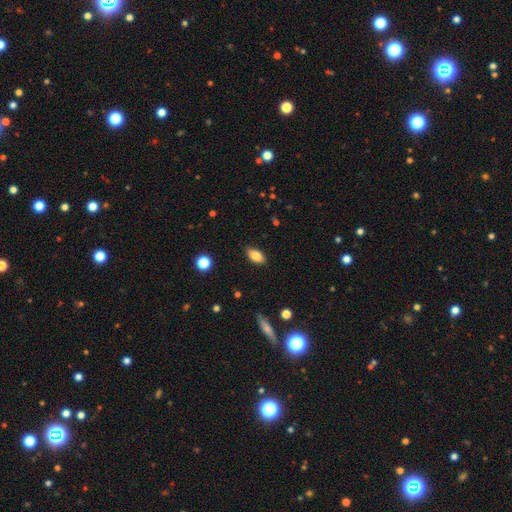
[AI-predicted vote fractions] The model was most divided on "smooth or featured": smooth: 84%, star or artifact: 8%, featured or disk: 7%. More confident: how rounded — in between (91%); merging — none (87%).